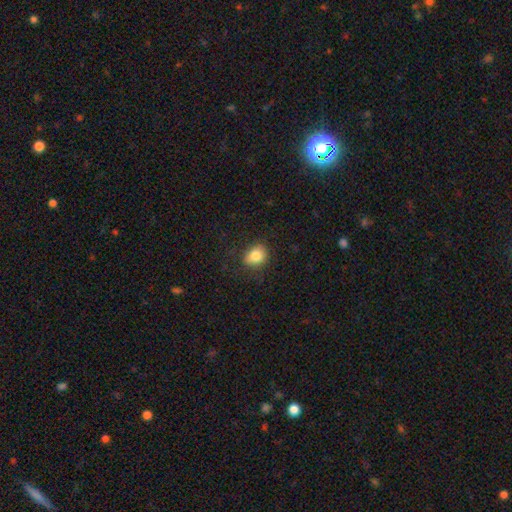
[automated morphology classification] Overall: smooth (82%). How rounded: round (52%; in between 47%). Merging: none (77%).